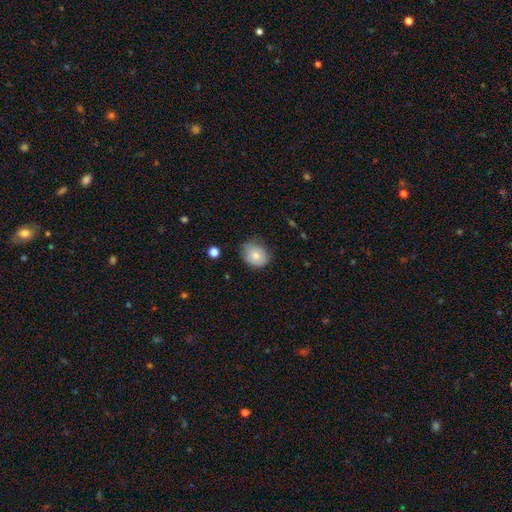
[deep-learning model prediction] This is likely a smooth galaxy (79%). How rounded: possibly round (57%). Merging: likely none (66%).